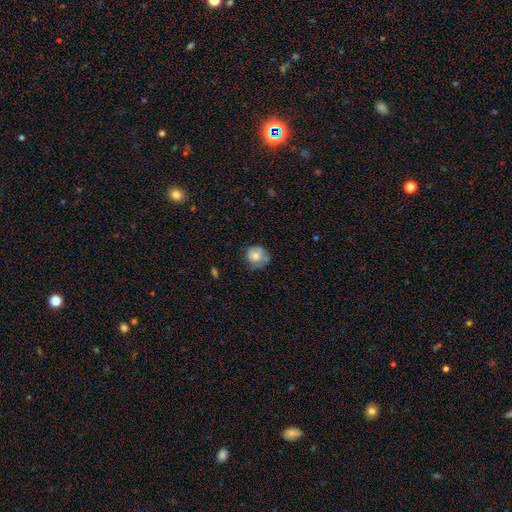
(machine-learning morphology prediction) This appears to be a smooth galaxy with no disk features (68%) that is round (81%). Merging: none (51%).